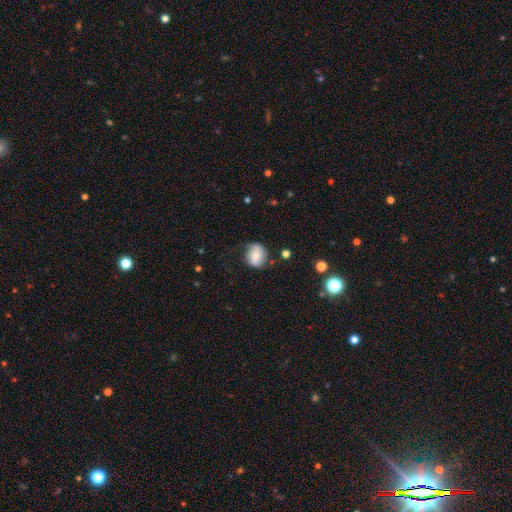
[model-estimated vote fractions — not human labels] Smooth or featured: smooth — 65% (featured or disk — 26%)
How rounded: round — 64% (in between — 35%)
Merging: none — 62% (minor disturbance — 26%)